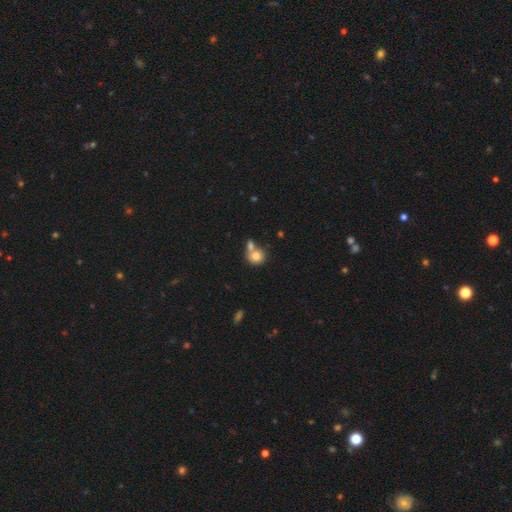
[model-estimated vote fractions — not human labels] The model was most divided on "merging": merger: 49%, none: 38%, minor disturbance: 9%, major disturbance: 4%. More confident: how rounded — round (79%); smooth or featured — smooth (77%).